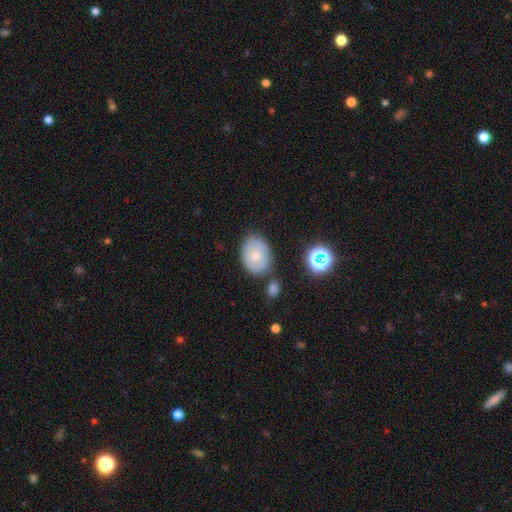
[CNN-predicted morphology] Q: Smooth or featured?
A: smooth (62%); runner-up: featured or disk (29%)
Q: How rounded?
A: in between (58%); runner-up: round (41%)
Q: Merging?
A: none (66%); runner-up: minor disturbance (22%)